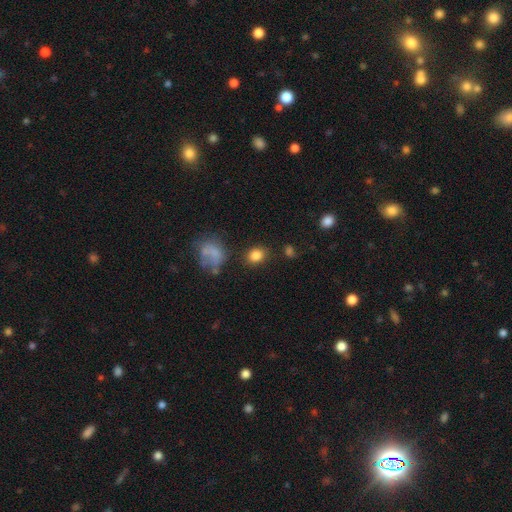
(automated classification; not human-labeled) This appears to be a smooth galaxy with no disk features (83%) that is round (52%). Merging: none (80%).